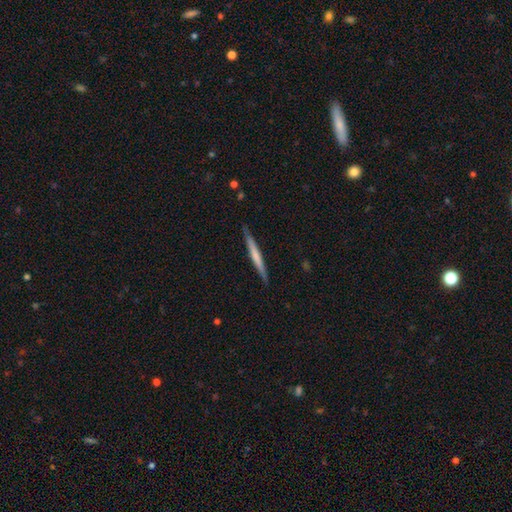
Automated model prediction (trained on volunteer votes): Smooth or featured: smooth — 50% (featured or disk — 45%)
Merging: none — 89% (minor disturbance — 8%)